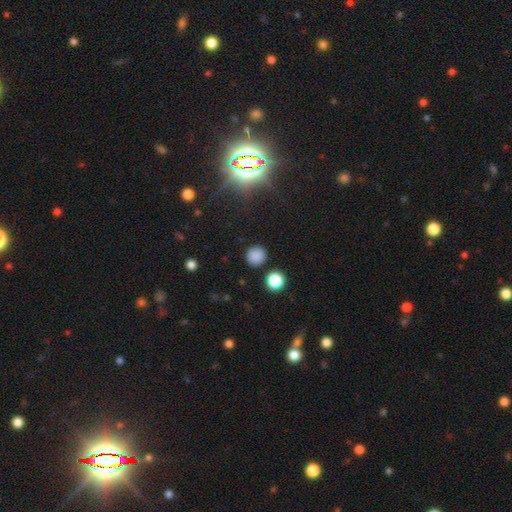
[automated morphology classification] Smooth or featured? smooth (83%)
How rounded? round (91%)
Merging? none (88%)